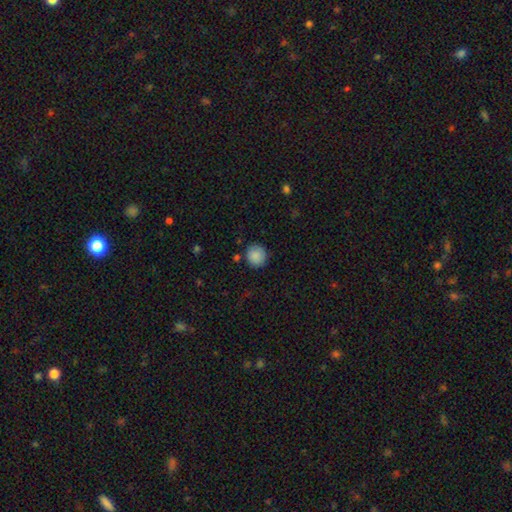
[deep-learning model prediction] Overall: smooth (88%). How rounded: round (90%). Merging: none (85%).